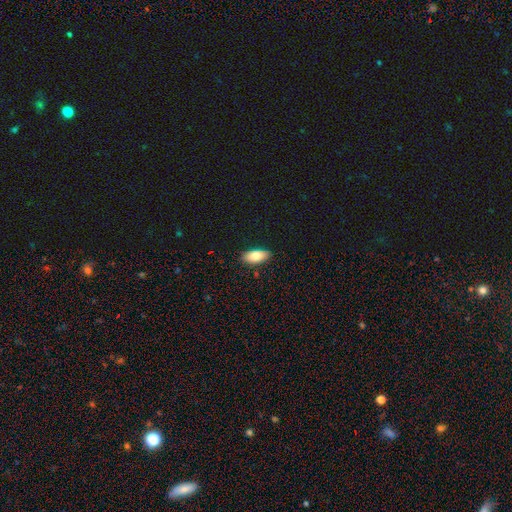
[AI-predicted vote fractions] smooth_or_featured: smooth (p=0.77) [alt: featured or disk p=0.15]
how_rounded: in between (p=0.89) [alt: cigar-shaped p=0.08]
merging: none (p=0.86) [alt: minor disturbance p=0.11]